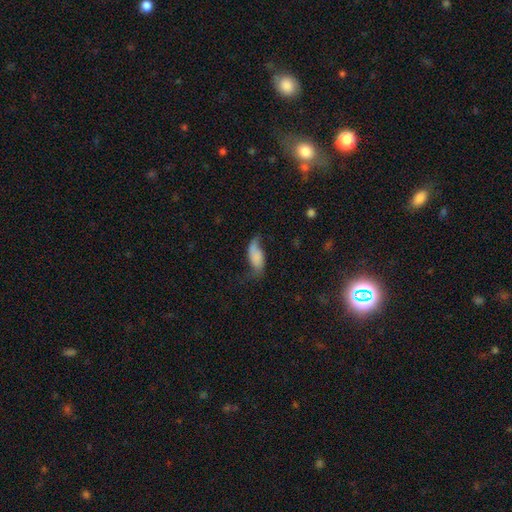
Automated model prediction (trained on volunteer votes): Overall: smooth (54%; featured or disk 37%). How rounded: in between (85%). Merging: none (42%; minor disturbance 30%).